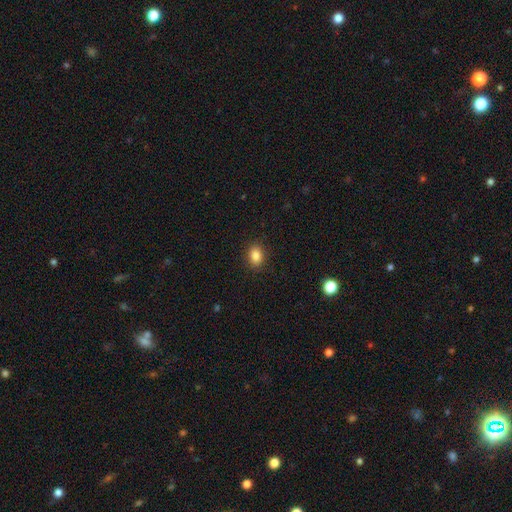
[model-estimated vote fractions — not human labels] Smooth or featured?
  - smooth: 85% *
  - star or artifact: 10%
  - featured or disk: 5%
How rounded?
  - in between: 63% *
  - round: 35%
  - cigar-shaped: 1%
Merging?
  - none: 89% *
  - minor disturbance: 8%
  - major disturbance: 2%
  - merger: 1%